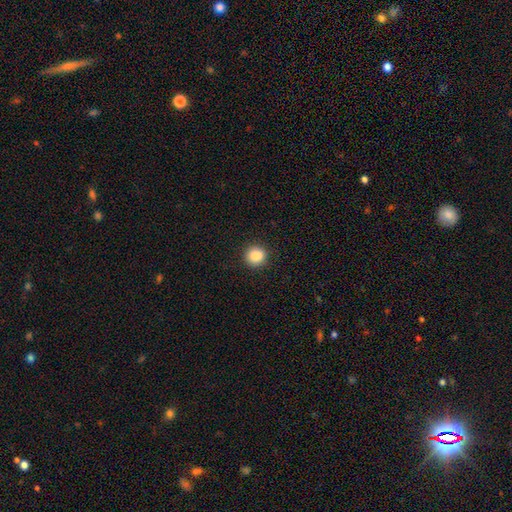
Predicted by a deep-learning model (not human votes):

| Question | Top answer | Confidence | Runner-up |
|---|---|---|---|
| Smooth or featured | smooth | 87% | star or artifact (9%) |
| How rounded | round | 91% | in between (8%) |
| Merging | none | 91% | minor disturbance (6%) |